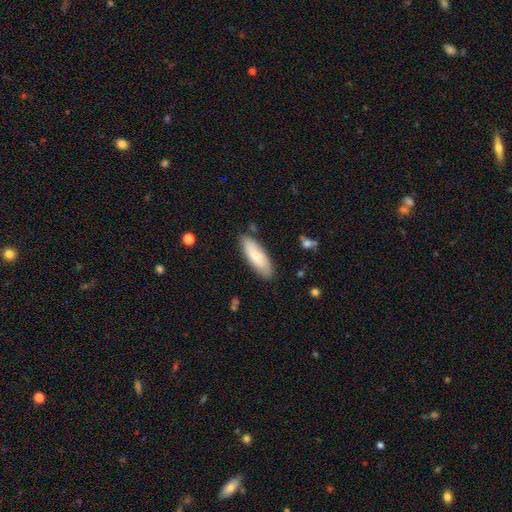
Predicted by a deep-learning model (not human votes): A smooth galaxy with no disk features (73%) that is in between round and cigar-shaped (60%). Merging: none (82%).